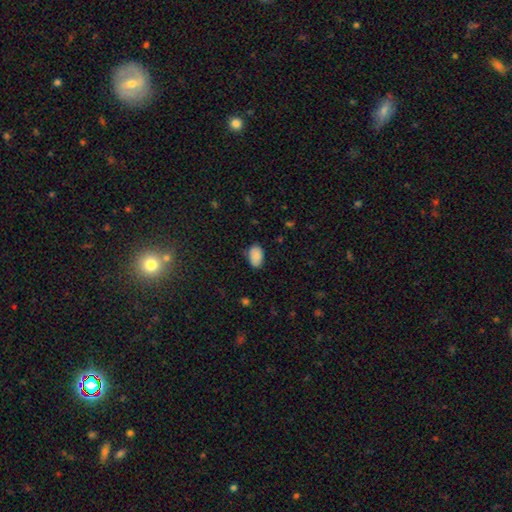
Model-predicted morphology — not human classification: smooth_or_featured: smooth (p=0.88) [alt: star or artifact p=0.08]
how_rounded: in between (p=0.90) [alt: round p=0.09]
merging: none (p=0.77) [alt: minor disturbance p=0.18]